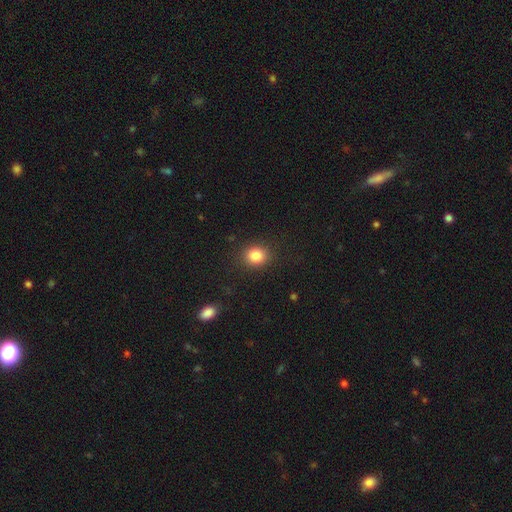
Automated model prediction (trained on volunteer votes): Smooth or featured? smooth (84%)
How rounded? round (72%)
Merging? none (87%)